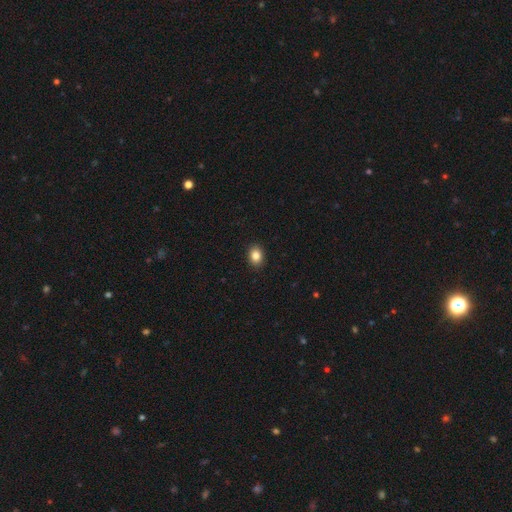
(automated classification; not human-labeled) A smooth galaxy with no disk features (85%) that is in between round and cigar-shaped (58%). Merging: none (91%).